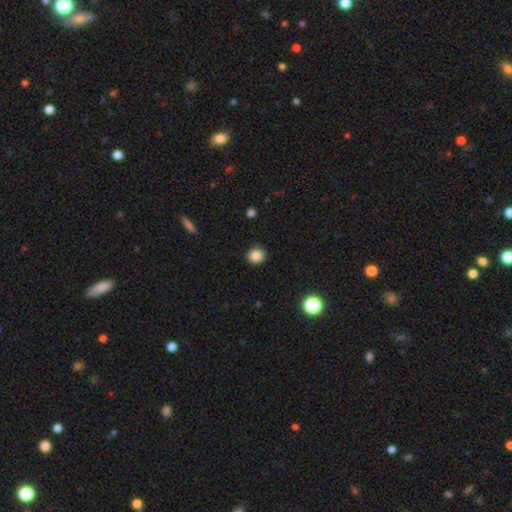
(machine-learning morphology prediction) smooth-or-featured: smooth: 84% | star or artifact: 11% | featured or disk: 5%
  how-rounded: round: 82% | in between: 17% | cigar-shaped: 1%
  merging: none: 88% | minor disturbance: 9% | major disturbance: 2% | merger: 1%